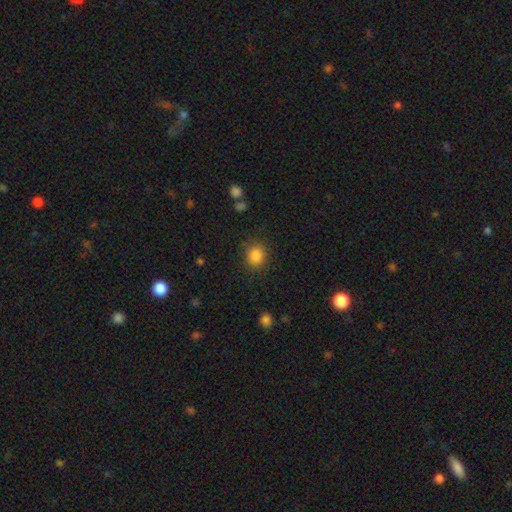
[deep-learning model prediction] Smooth or featured? smooth (85%)
How rounded? round (81%)
Merging? none (85%)